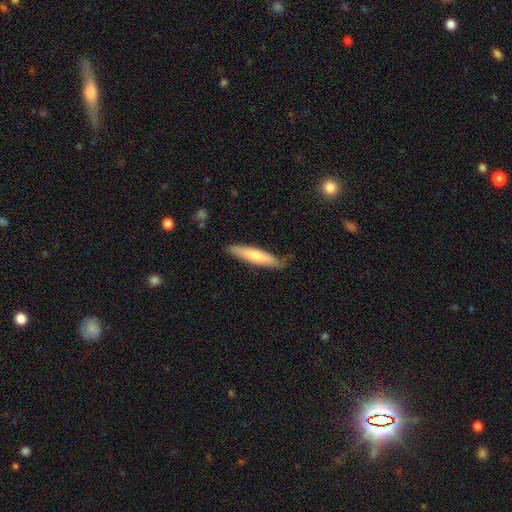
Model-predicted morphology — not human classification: The model was most divided on "smooth or featured": smooth: 65%, featured or disk: 29%, star or artifact: 5%. More confident: how rounded — cigar-shaped (87%); merging — none (77%).